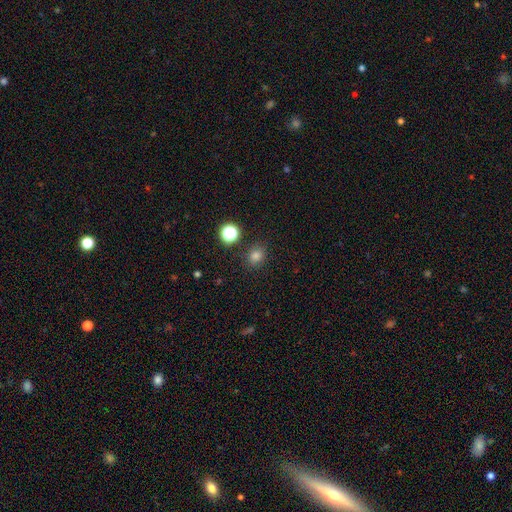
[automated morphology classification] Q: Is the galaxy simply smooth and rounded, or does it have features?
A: smooth — 77%.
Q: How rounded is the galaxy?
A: round — 67%.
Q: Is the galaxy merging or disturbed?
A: none — 86%.